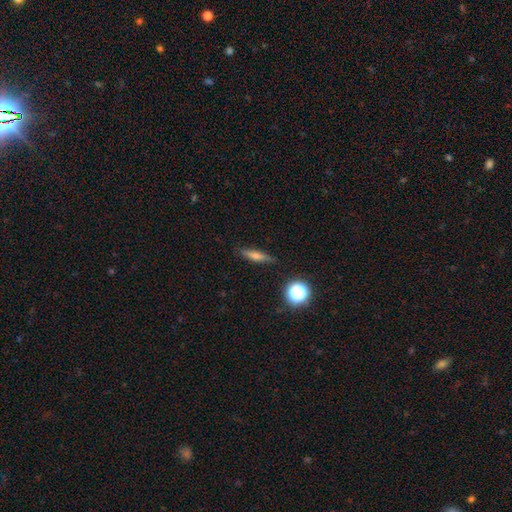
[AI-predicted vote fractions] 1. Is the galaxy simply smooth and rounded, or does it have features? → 57% smooth, 32% featured or disk, 11% star or artifact.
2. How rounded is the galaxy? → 75% cigar-shaped, 19% in between, 6% round.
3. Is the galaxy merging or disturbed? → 86% none, 10% minor disturbance, 2% major disturbance, 1% merger.